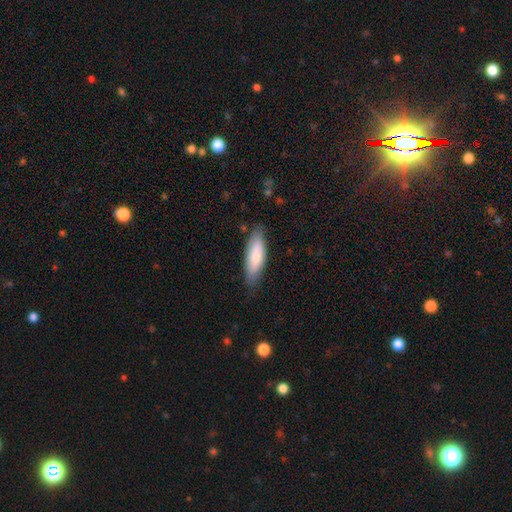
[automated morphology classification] A smooth galaxy with no disk features (76%) that is in between round and cigar-shaped (59%).

Vote fractions:
- Smooth or featured? smooth: 76% / featured or disk: 19% / star or artifact: 5%
- How rounded? in between: 59% / cigar-shaped: 39% / round: 2%
- Merging? none: 81% / minor disturbance: 15% / major disturbance: 3% / merger: 1%